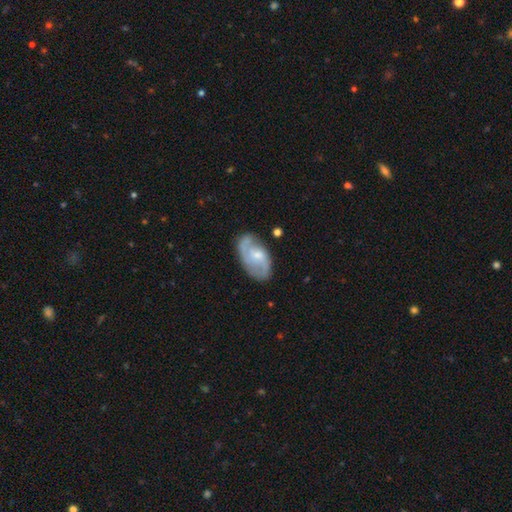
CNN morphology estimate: Smooth or featured? featured or disk (73%)
Edge-on disk? no (96%)
Bar? no (56%)
Spiral arms? yes (90%)
Spiral winding? medium (48%)
Spiral arm count? 2 (74%)
Bulge size? small (47%)
Merging? none (72%)